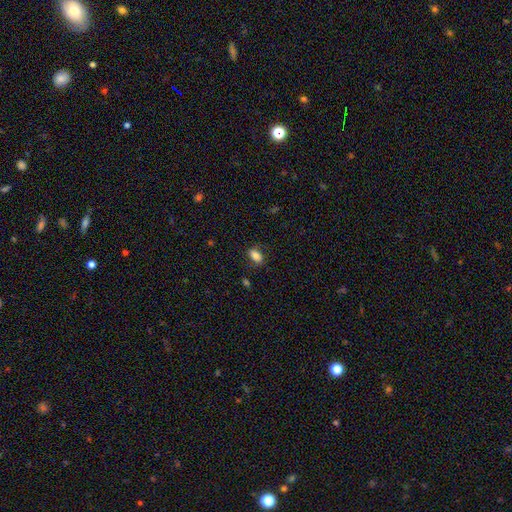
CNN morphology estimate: This appears to be a smooth galaxy with no disk features (80%) that is in between round and cigar-shaped (87%). Merging: none (76%).